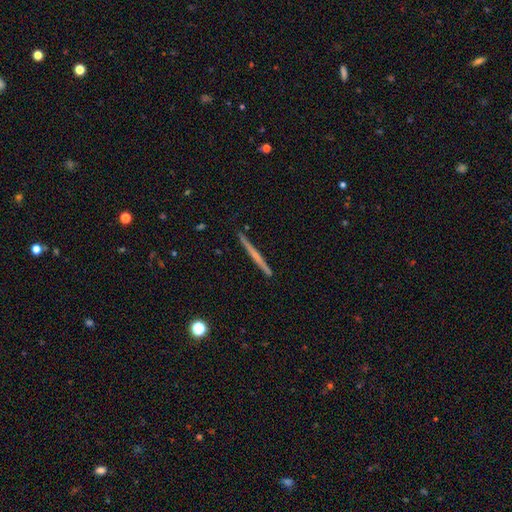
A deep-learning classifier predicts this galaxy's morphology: featured or disk 51%, smooth 43%, star or artifact 6%. Down the decision tree: edge-on disk — yes (98%); edge-on bulge — none (85%); merging — none (92%).